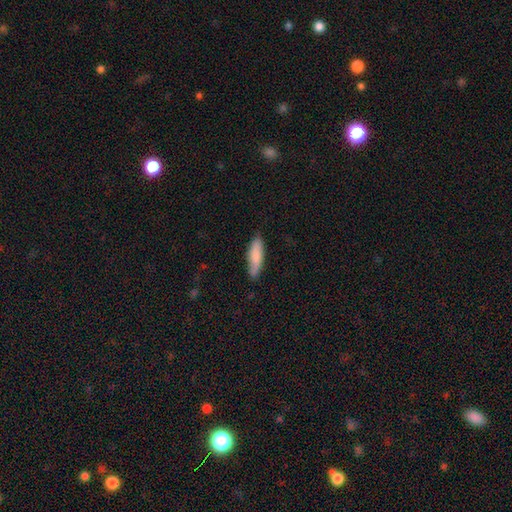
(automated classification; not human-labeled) smooth-or-featured: smooth: 81% | featured or disk: 13% | star or artifact: 5%
  how-rounded: cigar-shaped: 61% | in between: 38% | round: 2%
  merging: none: 81% | minor disturbance: 15% | major disturbance: 2% | merger: 1%